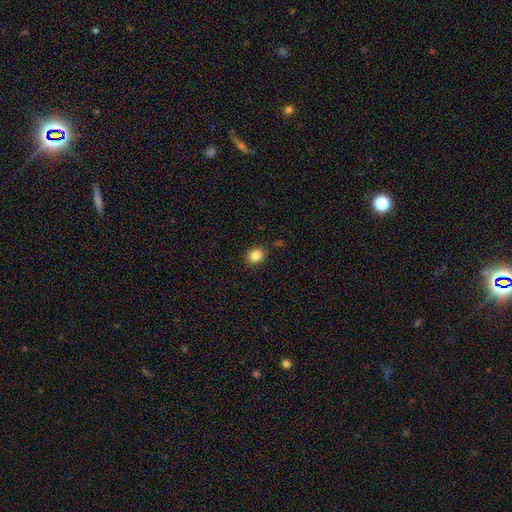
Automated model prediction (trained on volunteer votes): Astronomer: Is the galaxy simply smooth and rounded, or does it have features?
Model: smooth — 85%.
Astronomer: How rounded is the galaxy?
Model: round — 65%.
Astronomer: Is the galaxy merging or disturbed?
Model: none — 86%.